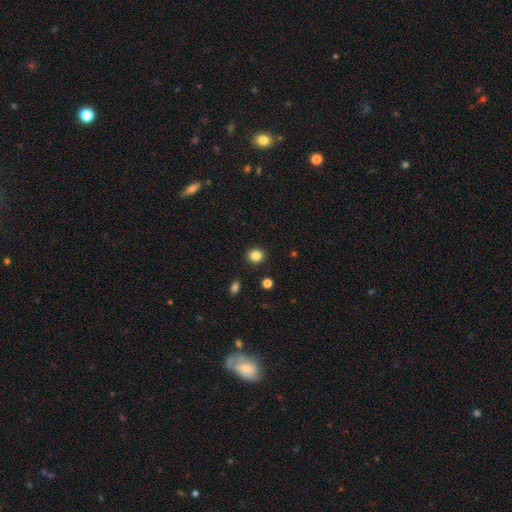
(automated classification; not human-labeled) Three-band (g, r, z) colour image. It shows a smooth galaxy with no disk features (85%) that is round (84%). Merging: none (91%).